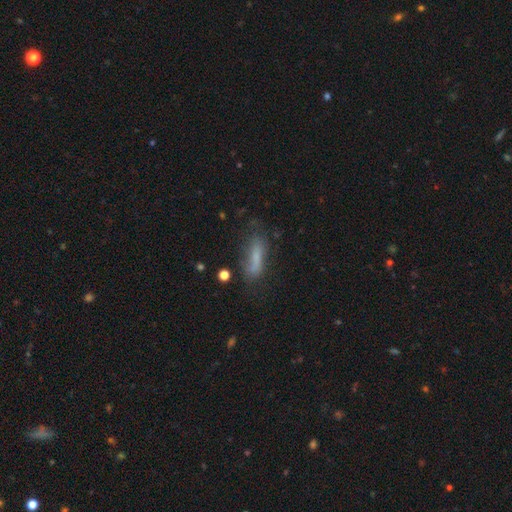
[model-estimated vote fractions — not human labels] Smooth or featured? Predicted: smooth (p=0.64). How rounded? Predicted: cigar-shaped (p=0.54). Merging? Predicted: none (p=0.56).